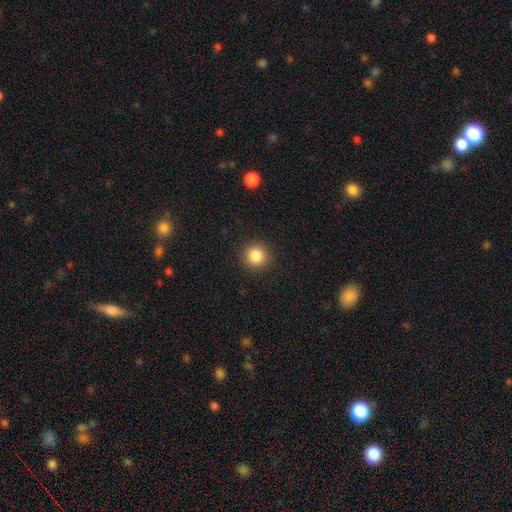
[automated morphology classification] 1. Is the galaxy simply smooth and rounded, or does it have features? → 86% smooth, 10% star or artifact, 4% featured or disk.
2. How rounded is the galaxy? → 94% round, 5% in between, 1% cigar-shaped.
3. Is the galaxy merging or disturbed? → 92% none, 5% minor disturbance, 2% major disturbance, 1% merger.